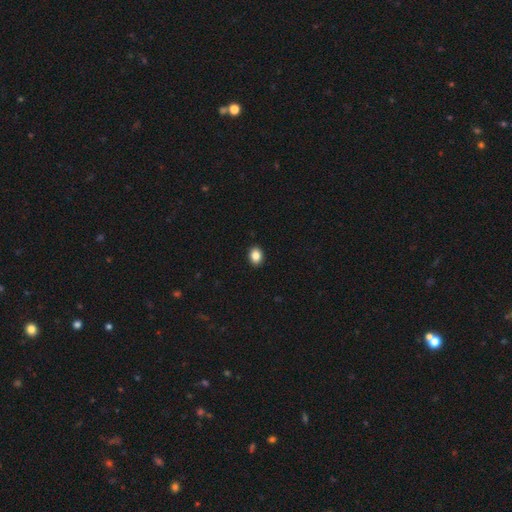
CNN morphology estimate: smooth-or-featured: smooth: 86% | star or artifact: 9% | featured or disk: 5%
  how-rounded: in between: 60% | round: 39% | cigar-shaped: 1%
  merging: none: 92% | minor disturbance: 6% | major disturbance: 2% | merger: 1%